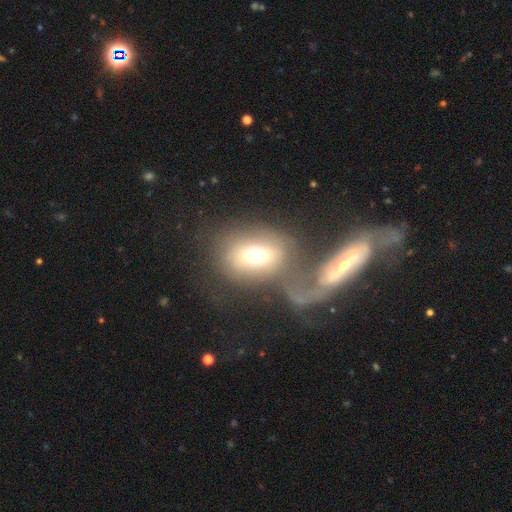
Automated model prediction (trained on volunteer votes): Overall: smooth (61%; featured or disk 29%). How rounded: in between (70%). Merging: merger (50%; none 21%).